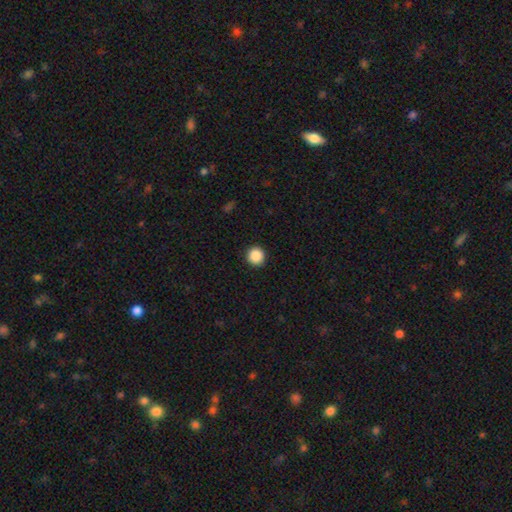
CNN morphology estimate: This is clearly a smooth galaxy (89%). How rounded: clearly round (94%). Merging: clearly none (93%).